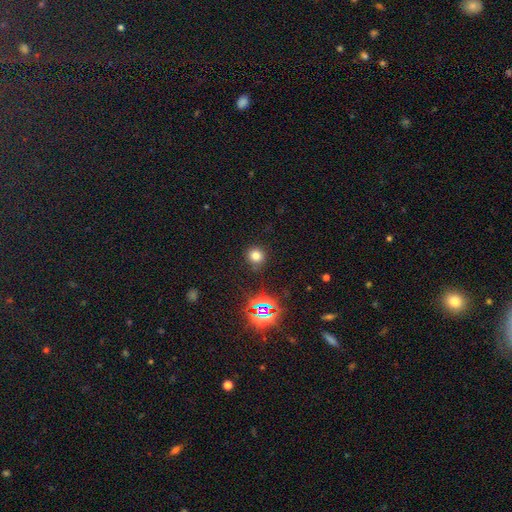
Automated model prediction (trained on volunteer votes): This is likely a smooth galaxy (71%). How rounded: clearly round (91%). Merging: clearly none (88%).